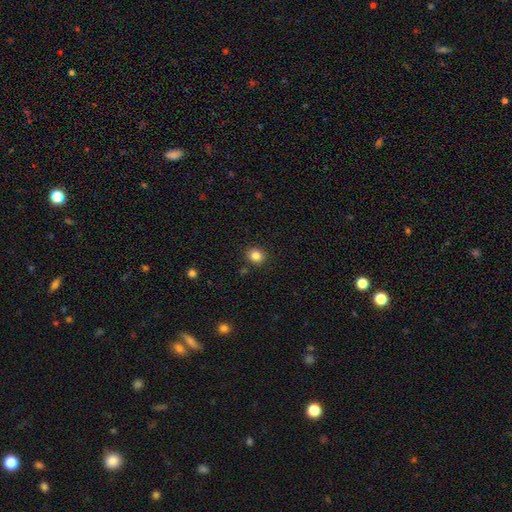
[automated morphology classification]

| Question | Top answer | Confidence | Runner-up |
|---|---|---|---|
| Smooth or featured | smooth | 84% | star or artifact (11%) |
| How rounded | round | 82% | in between (17%) |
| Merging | none | 88% | minor disturbance (7%) |